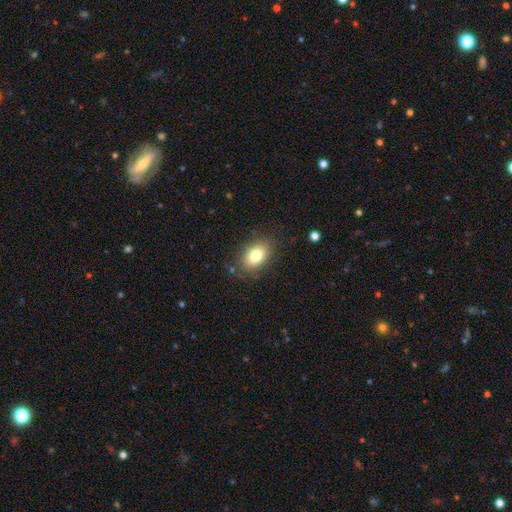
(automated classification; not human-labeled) This appears to be a smooth galaxy with no disk features (79%) that is in between round and cigar-shaped (82%). Merging: none (82%).